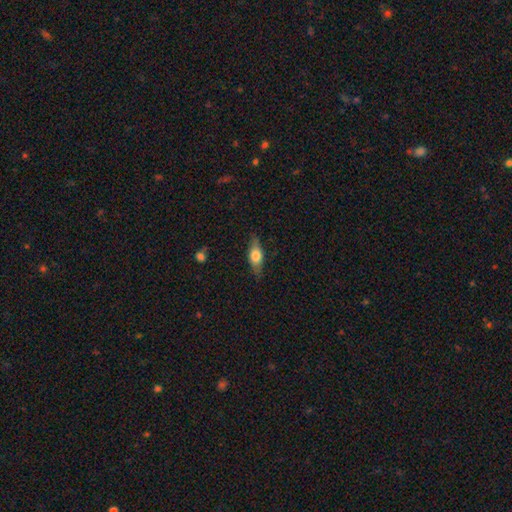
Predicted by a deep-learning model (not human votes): A smooth galaxy with no disk features (57%) that is in between round and cigar-shaped (66%). Merging: none (81%).